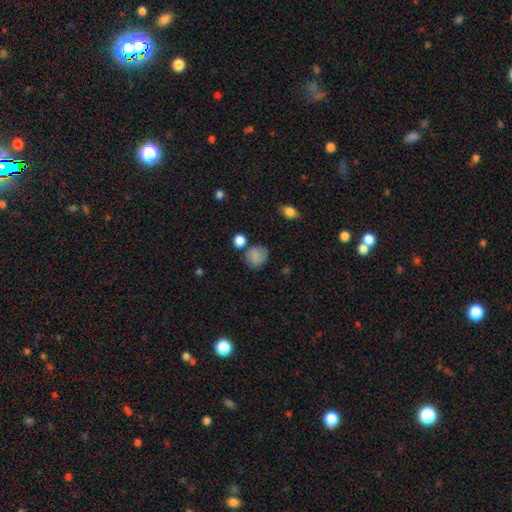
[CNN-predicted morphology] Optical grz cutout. It shows a smooth galaxy with no disk features (81%) that is round (73%). Merging: none (65%).